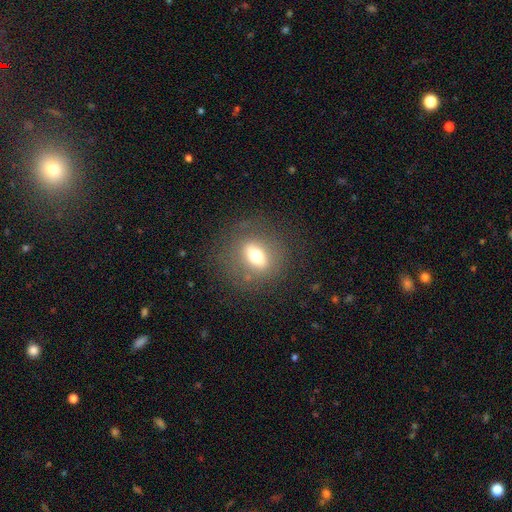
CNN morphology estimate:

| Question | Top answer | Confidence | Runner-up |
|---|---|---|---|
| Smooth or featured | smooth | 58% | featured or disk (30%) |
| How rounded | in between | 51% | round (46%) |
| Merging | none | 77% | minor disturbance (13%) |